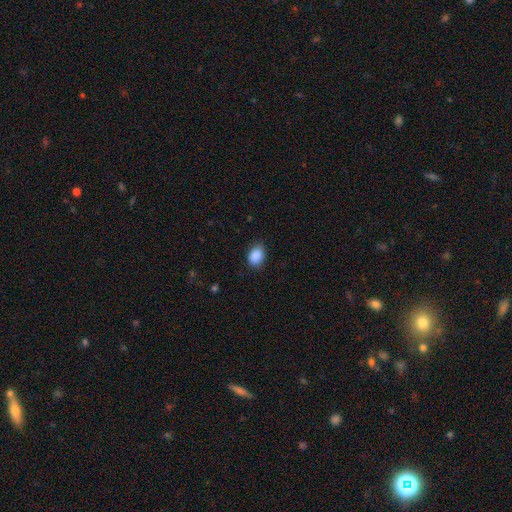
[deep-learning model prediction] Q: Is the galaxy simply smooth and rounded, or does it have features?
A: smooth — 89%.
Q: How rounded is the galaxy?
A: in between — 76%.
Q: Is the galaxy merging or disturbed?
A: none — 83%.